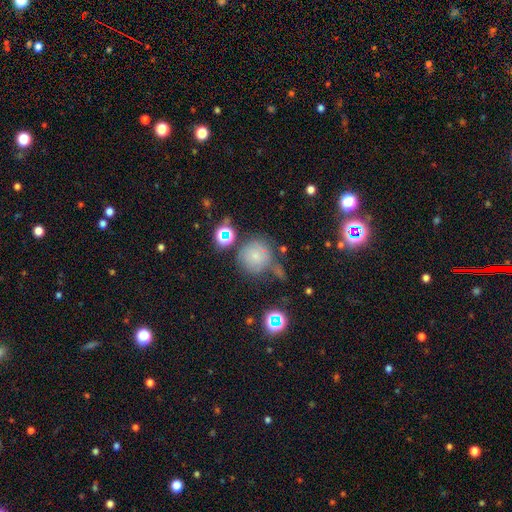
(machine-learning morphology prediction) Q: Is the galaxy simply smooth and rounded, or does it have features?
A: smooth — 62%.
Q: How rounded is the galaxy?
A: round — 91%.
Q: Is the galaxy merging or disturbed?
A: none — 54%.